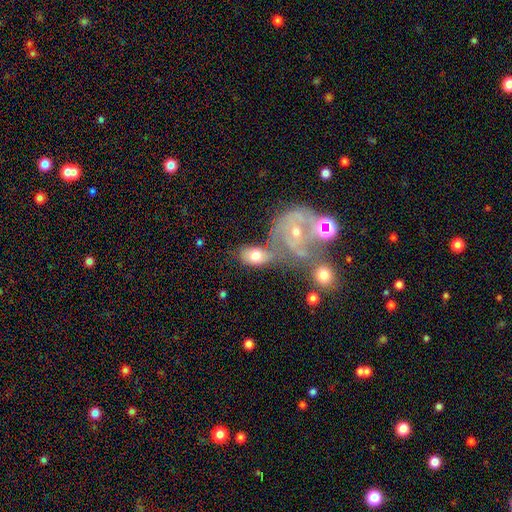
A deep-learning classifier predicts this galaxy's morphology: smooth-or-featured: smooth: 61% | featured or disk: 31% | star or artifact: 8%
  how-rounded: in between: 82% | round: 16% | cigar-shaped: 2%
  merging: merger: 38% | none: 37% | minor disturbance: 16% | major disturbance: 9%